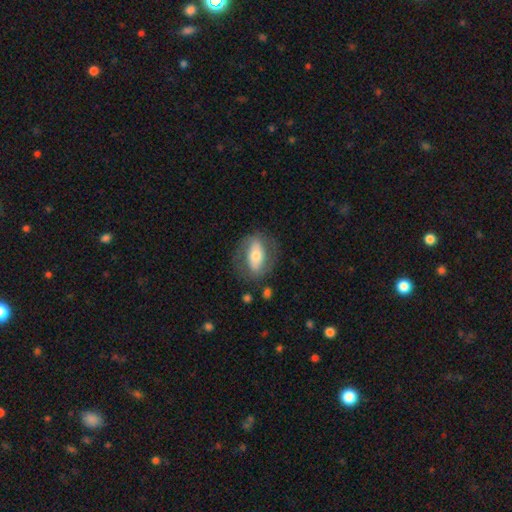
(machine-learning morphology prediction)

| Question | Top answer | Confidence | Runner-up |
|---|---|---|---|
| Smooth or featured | featured or disk | 50% | smooth (44%) |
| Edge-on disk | no | 85% | yes (15%) |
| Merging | none | 74% | minor disturbance (15%) |